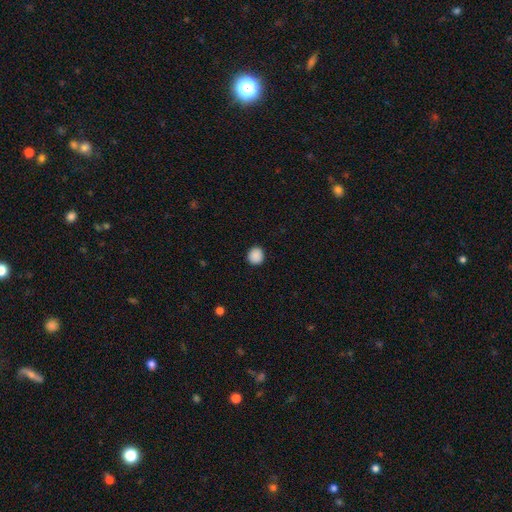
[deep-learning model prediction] smooth-or-featured: smooth: 89% | star or artifact: 9% | featured or disk: 2%
  how-rounded: round: 88% | in between: 11% | cigar-shaped: 1%
  merging: none: 91% | minor disturbance: 6% | major disturbance: 2% | merger: 1%